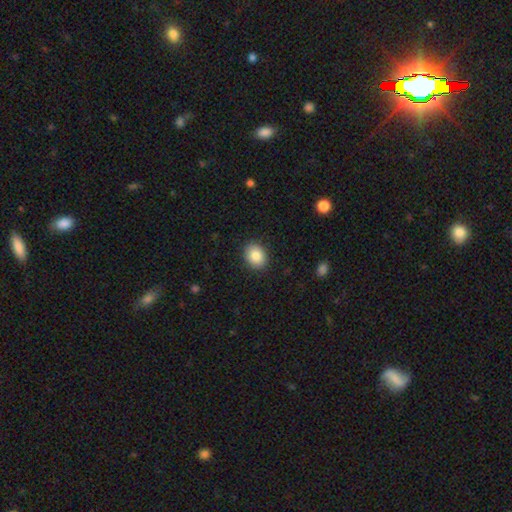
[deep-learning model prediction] A smooth galaxy with no disk features (85%) that is in between round and cigar-shaped (55%).

Vote fractions:
- Smooth or featured? smooth: 85% / star or artifact: 8% / featured or disk: 7%
- How rounded? in between: 55% / round: 45% / cigar-shaped: 1%
- Merging? none: 90% / minor disturbance: 7% / major disturbance: 2% / merger: 1%